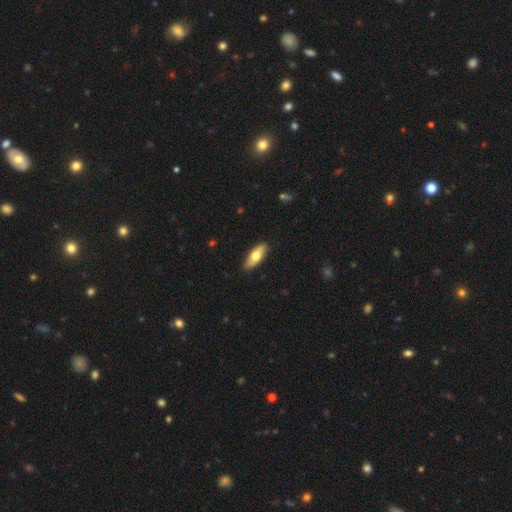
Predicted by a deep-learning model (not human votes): smooth 63%, featured or disk 32%, star or artifact 5%. Down the decision tree: how rounded — in between (69%); merging — none (88%).